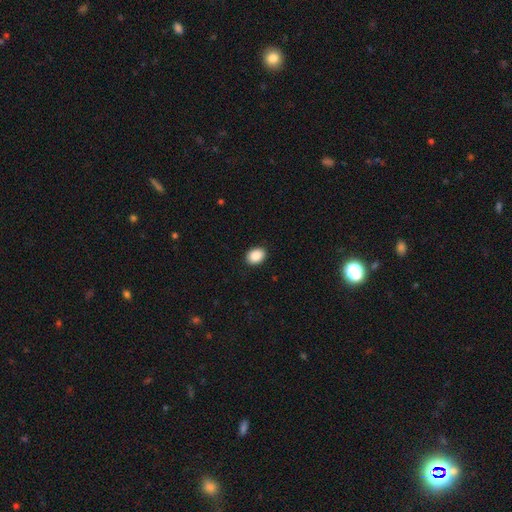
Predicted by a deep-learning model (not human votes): A smooth galaxy with no disk features (90%) that is in between round and cigar-shaped (66%). Merging: none (91%).